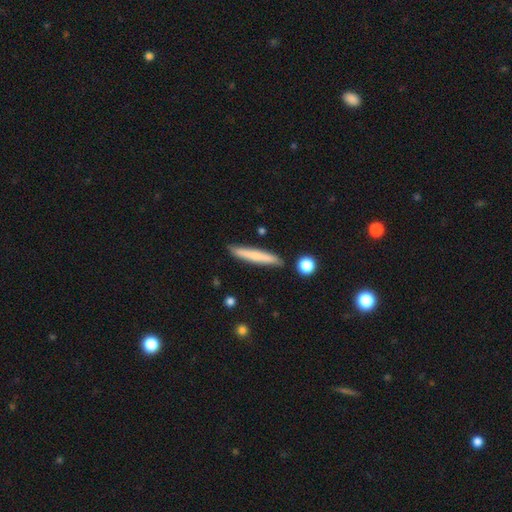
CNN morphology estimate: A smooth galaxy with no disk features (69%) that is cigar-shaped (95%). Merging: none (86%).